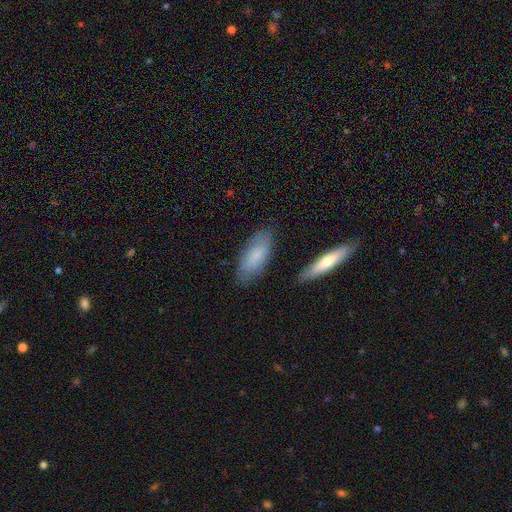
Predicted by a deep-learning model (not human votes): Morphology: type=smooth (76%); roundness=in between (76%); merging=none (77%).